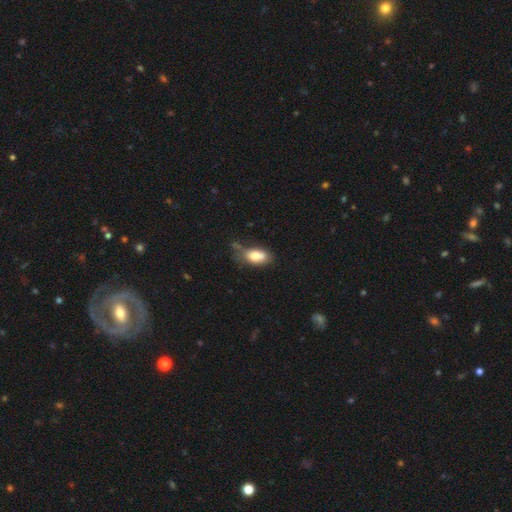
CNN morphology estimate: Smooth or featured? smooth (78%)
How rounded? in between (89%)
Merging? none (39%)